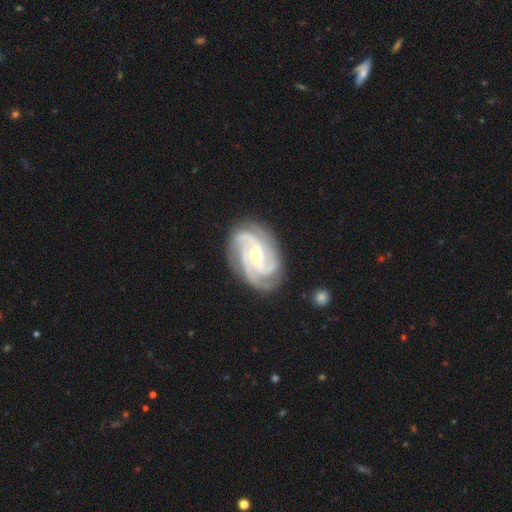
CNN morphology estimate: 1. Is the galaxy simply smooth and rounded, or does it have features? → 93% featured or disk, 4% star or artifact, 3% smooth.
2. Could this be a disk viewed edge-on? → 98% no, 2% yes.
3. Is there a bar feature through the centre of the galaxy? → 40% weak, 39% no, 21% strong.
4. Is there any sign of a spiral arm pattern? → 99% yes, 1% no.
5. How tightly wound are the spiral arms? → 55% tight, 40% medium, 6% loose.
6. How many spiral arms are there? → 64% 3, 13% 2, 11% 4, 5% can't tell, 3% more than 4, 3% 1.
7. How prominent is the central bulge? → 60% moderate, 36% small, 2% large, 1% none, 1% dominant.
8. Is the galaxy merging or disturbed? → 80% none, 14% minor disturbance, 4% major disturbance, 1% merger.